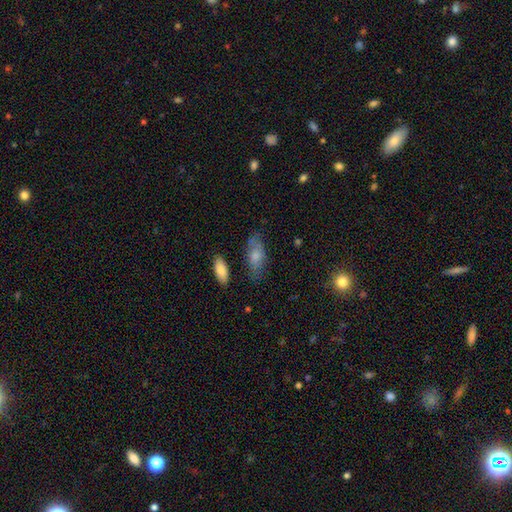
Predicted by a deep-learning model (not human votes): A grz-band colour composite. It shows a smooth galaxy with no disk features (68%) that is in between round and cigar-shaped (84%). Merging: none (64%).